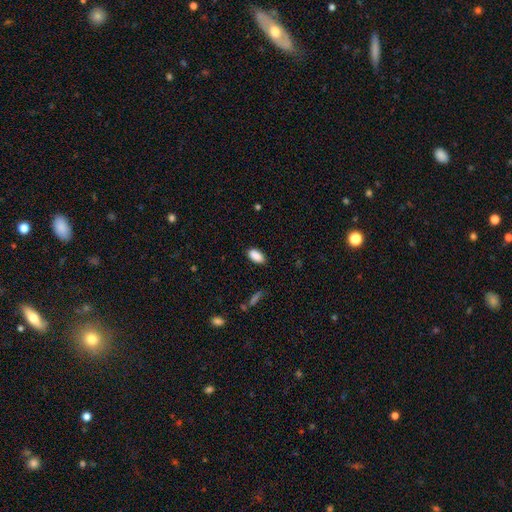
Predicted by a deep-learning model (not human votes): Overall: smooth (89%). How rounded: in between (93%). Merging: none (85%).